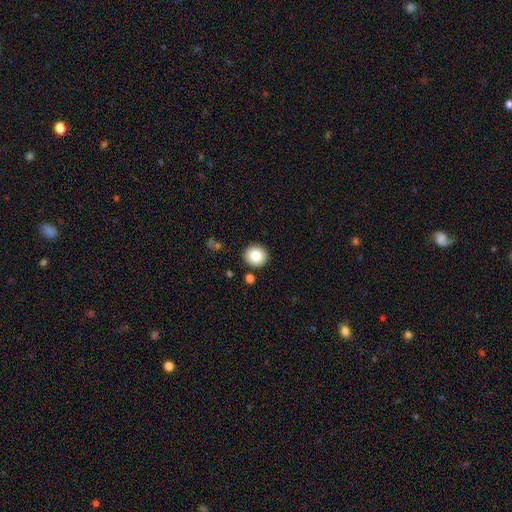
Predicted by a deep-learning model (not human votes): smooth-or-featured: smooth: 82% | star or artifact: 10% | featured or disk: 8%
  how-rounded: round: 92% | in between: 7% | cigar-shaped: 1%
  merging: none: 89% | minor disturbance: 6% | merger: 3% | major disturbance: 2%